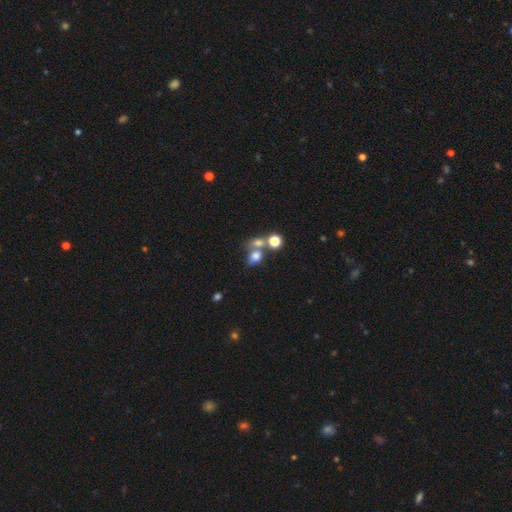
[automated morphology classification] Smooth or featured? Predicted: smooth (p=0.72). How rounded? Predicted: in between (p=0.51). Merging? Predicted: merger (p=0.47).